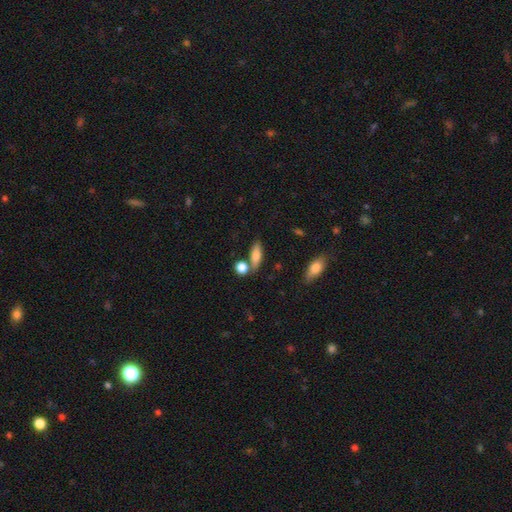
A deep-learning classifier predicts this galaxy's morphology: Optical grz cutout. It shows a smooth galaxy with no disk features (77%) that is in between round and cigar-shaped (61%). Merging: none (68%).